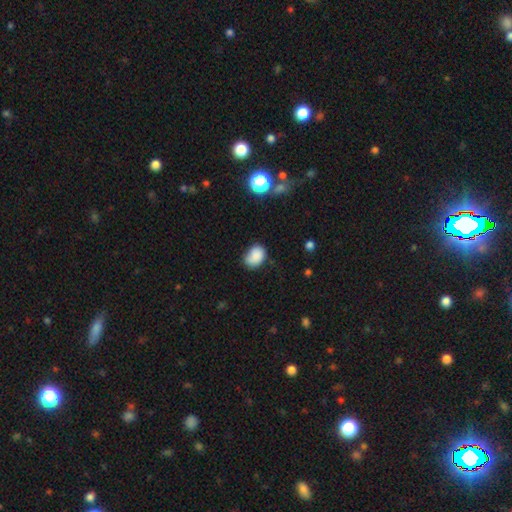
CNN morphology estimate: Smooth or featured? smooth (84%)
How rounded? in between (64%)
Merging? none (57%)